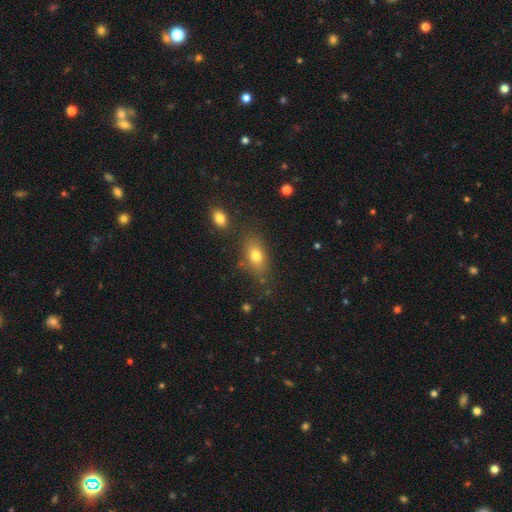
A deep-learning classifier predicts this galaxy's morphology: Q: Smooth or featured?
A: smooth (77%); runner-up: featured or disk (13%)
Q: How rounded?
A: in between (82%); runner-up: round (13%)
Q: Merging?
A: none (74%); runner-up: minor disturbance (15%)